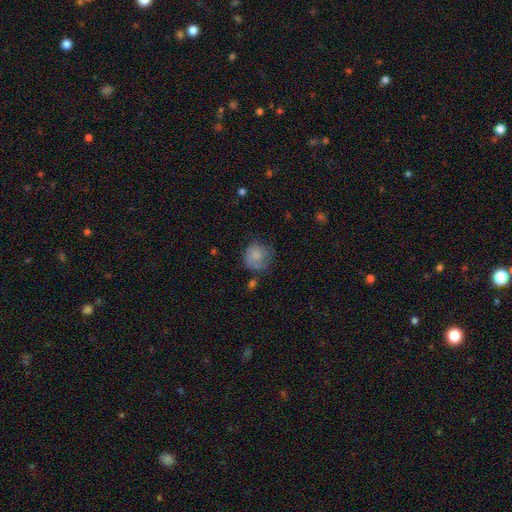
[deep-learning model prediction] Morphology: type=smooth (70%); roundness=round (85%); merging=none (59%).